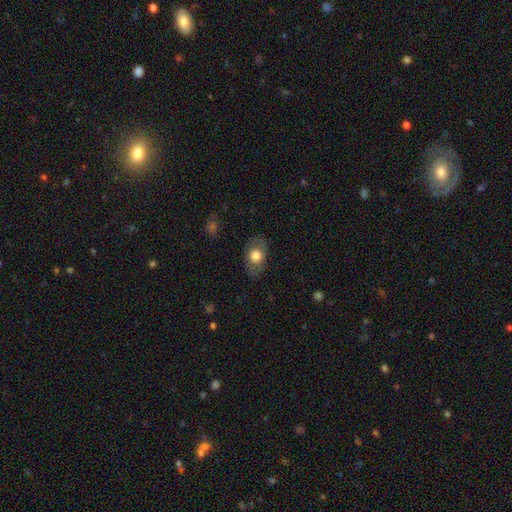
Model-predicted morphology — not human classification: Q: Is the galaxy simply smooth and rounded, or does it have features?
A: smooth — 69%.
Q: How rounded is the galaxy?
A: in between — 79%.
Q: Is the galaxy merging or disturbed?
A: none — 82%.